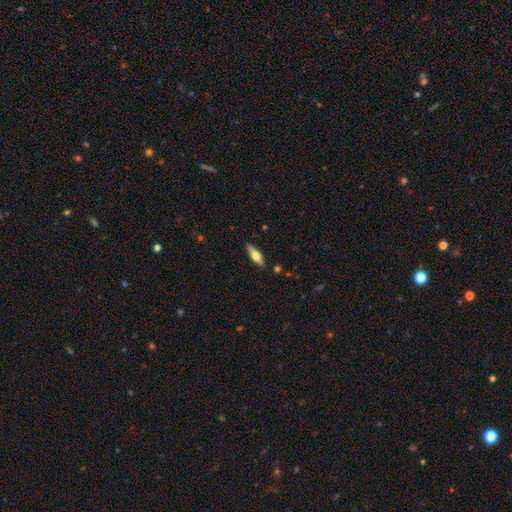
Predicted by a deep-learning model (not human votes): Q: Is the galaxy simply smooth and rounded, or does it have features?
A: smooth — 54%.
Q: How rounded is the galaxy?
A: in between — 51%.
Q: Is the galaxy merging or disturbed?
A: none — 87%.